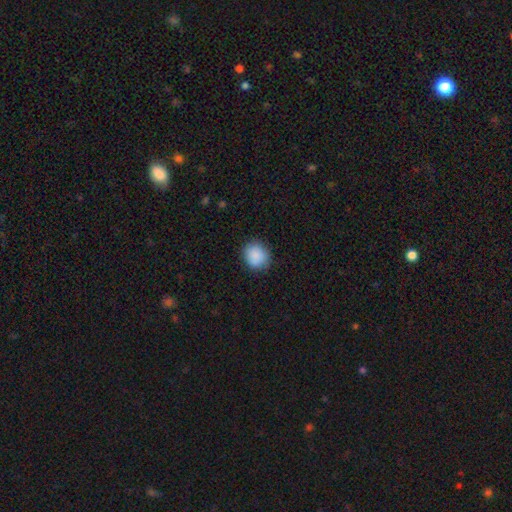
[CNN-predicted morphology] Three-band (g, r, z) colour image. It shows a smooth galaxy with no disk features (89%) that is round (77%). Merging: none (85%).